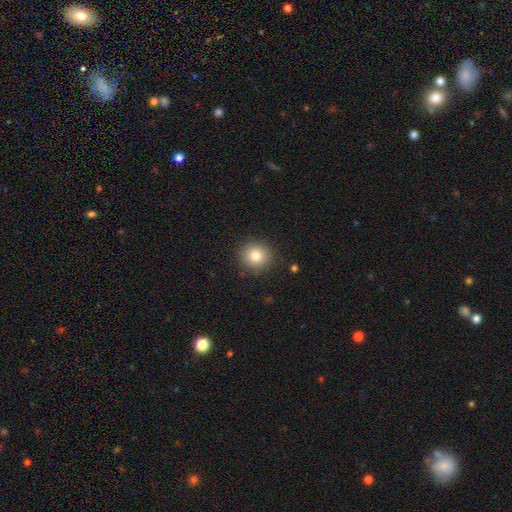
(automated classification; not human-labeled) smooth_or_featured: smooth (p=0.83) [alt: star or artifact p=0.10]
how_rounded: round (p=0.88) [alt: in between p=0.11]
merging: none (p=0.90) [alt: minor disturbance p=0.07]